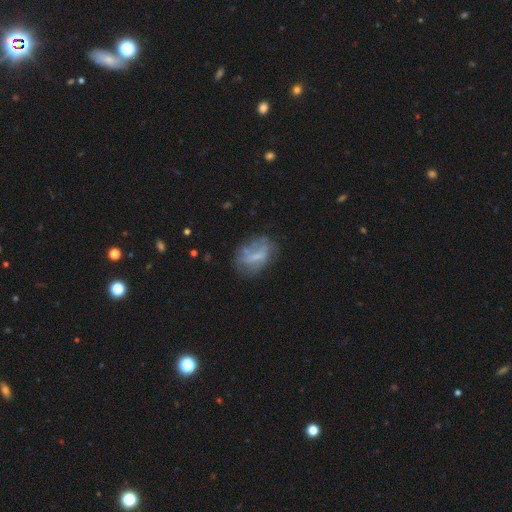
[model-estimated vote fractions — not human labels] A featured or disk galaxy (46%). Merging: none (52%).